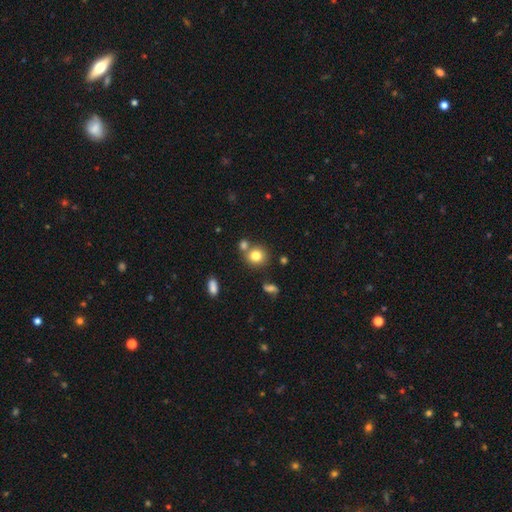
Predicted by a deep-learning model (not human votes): A smooth galaxy with no disk features (80%) that is round (83%). Merging: none (66%).